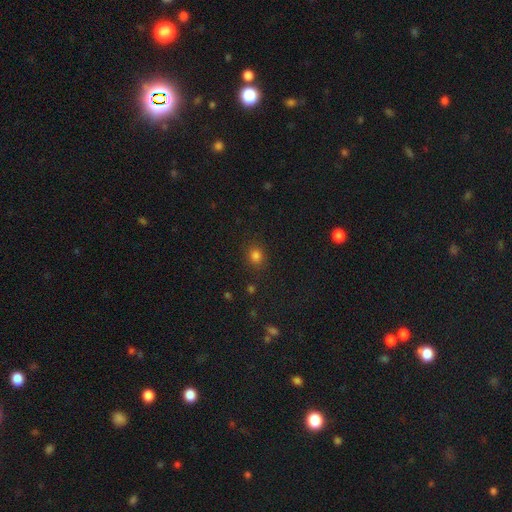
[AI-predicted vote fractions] smooth 79%, star or artifact 16%, featured or disk 5%. Down the decision tree: how rounded — round (70%); merging — none (86%).